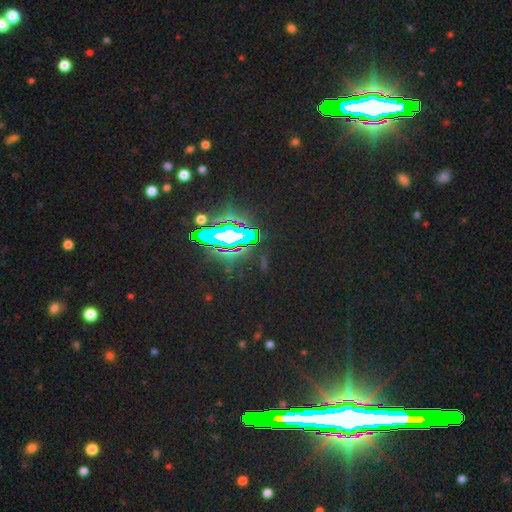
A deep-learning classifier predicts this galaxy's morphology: smooth-or-featured: star or artifact: 79% | featured or disk: 11% | smooth: 10%